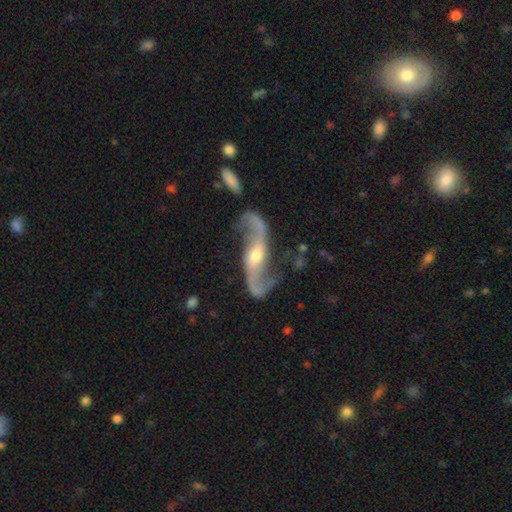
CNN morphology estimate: featured or disk 91%, smooth 5%, star or artifact 4%. Down the decision tree: edge-on disk — no (93%); bar — weak (38%, tied with no); spiral arms — yes (96%); spiral arm count — 2 (94%); spiral winding — loose (87%); bulge size — moderate (58%); merging — none (70%).